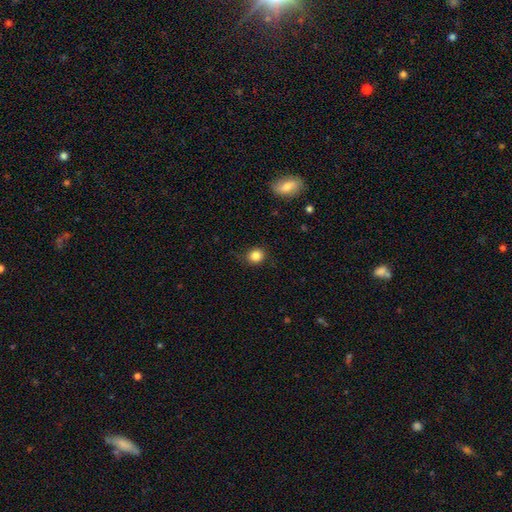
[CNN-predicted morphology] smooth 84%, star or artifact 11%, featured or disk 5%. Down the decision tree: how rounded — round (82%); merging — none (83%).